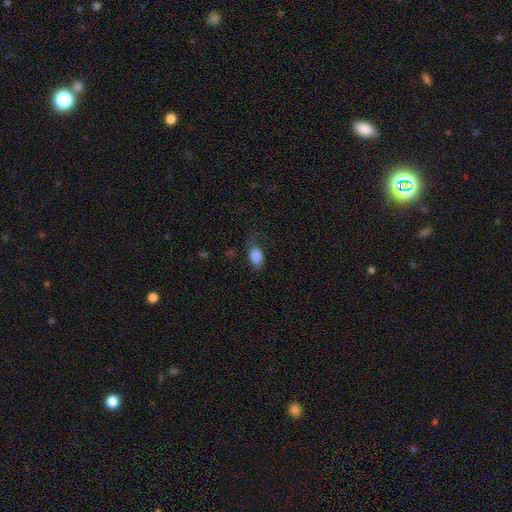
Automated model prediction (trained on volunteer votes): Smooth or featured? Predicted: smooth (p=0.83). How rounded? Predicted: in between (p=0.87). Merging? Predicted: none (p=0.48).